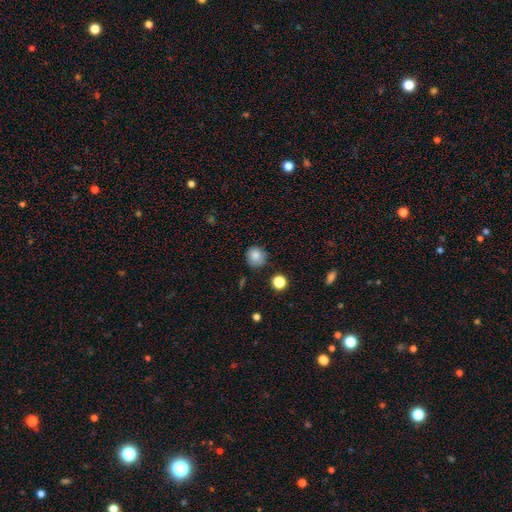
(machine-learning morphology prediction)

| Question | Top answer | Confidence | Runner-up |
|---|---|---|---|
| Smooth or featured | smooth | 83% | star or artifact (10%) |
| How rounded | round | 90% | in between (9%) |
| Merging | none | 81% | minor disturbance (13%) |